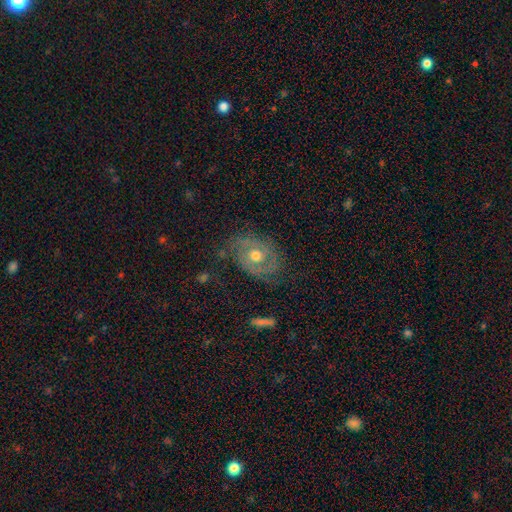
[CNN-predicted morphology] featured or disk 72%, smooth 20%, star or artifact 9%. Down the decision tree: edge-on disk — no (96%); bar — no (77%); spiral arms — yes (80%); spiral arm count — 2 (63%); spiral winding — tight (51%); bulge size — moderate (79%); merging — none (69%).